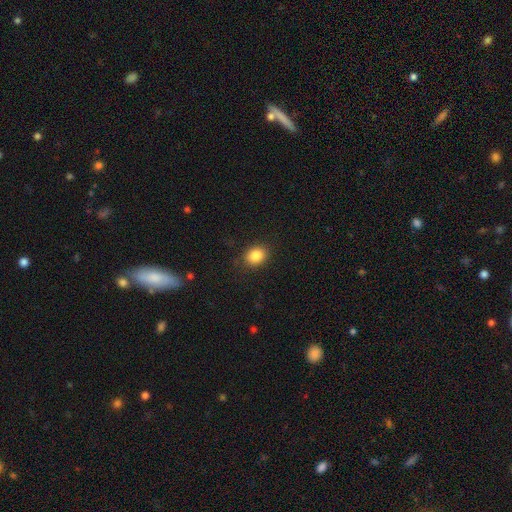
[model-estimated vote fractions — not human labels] Overall: smooth (85%). How rounded: in between (53%; round 46%). Merging: none (86%).